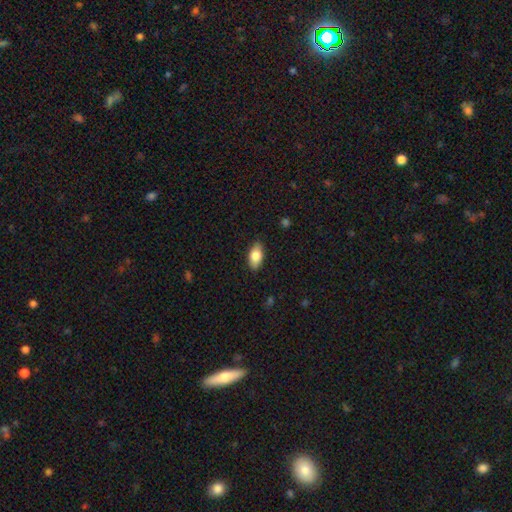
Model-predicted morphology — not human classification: Smooth or featured?
  - smooth: 81% *
  - featured or disk: 13%
  - star or artifact: 7%
How rounded?
  - in between: 91% *
  - round: 5%
  - cigar-shaped: 4%
Merging?
  - none: 86% *
  - minor disturbance: 11%
  - major disturbance: 2%
  - merger: 1%